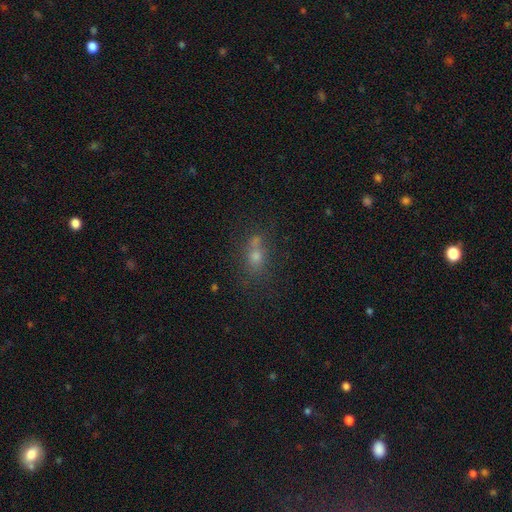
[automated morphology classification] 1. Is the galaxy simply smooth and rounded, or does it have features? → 59% smooth, 25% star or artifact, 17% featured or disk.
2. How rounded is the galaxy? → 50% in between, 43% round, 7% cigar-shaped.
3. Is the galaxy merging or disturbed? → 54% none, 25% merger, 14% minor disturbance, 7% major disturbance.